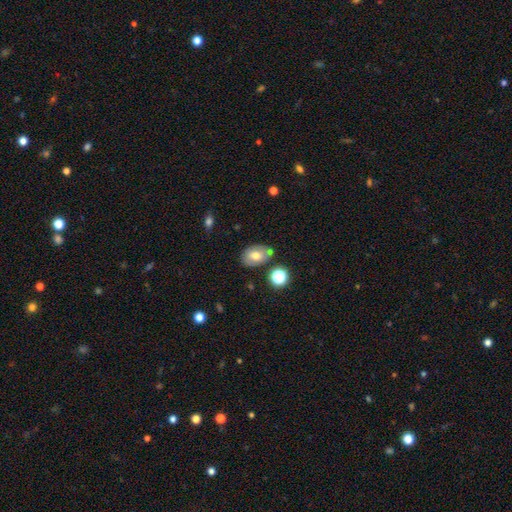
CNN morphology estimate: smooth 63%, featured or disk 26%, star or artifact 11%. Down the decision tree: how rounded — in between (81%); merging — none (70%).